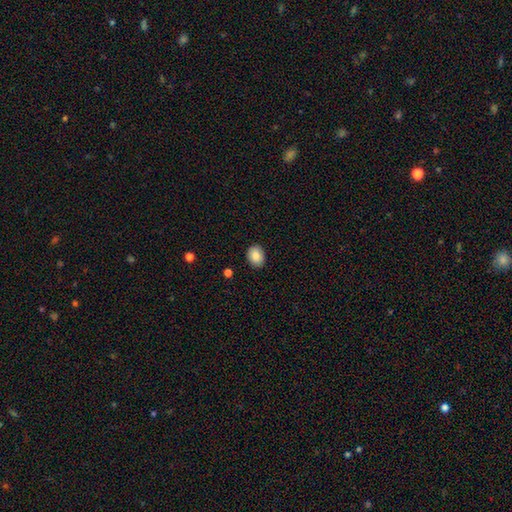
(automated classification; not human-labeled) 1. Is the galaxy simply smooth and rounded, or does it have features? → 87% smooth, 8% star or artifact, 5% featured or disk.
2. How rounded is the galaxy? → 62% in between, 37% round, 1% cigar-shaped.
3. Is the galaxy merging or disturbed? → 89% none, 8% minor disturbance, 2% major disturbance, 1% merger.